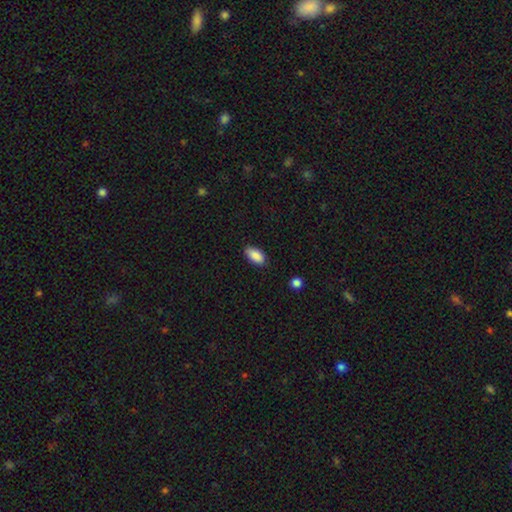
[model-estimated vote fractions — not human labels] Smooth or featured?
  - smooth: 89% *
  - star or artifact: 7%
  - featured or disk: 4%
How rounded?
  - in between: 93% *
  - cigar-shaped: 5%
  - round: 3%
Merging?
  - none: 82% *
  - minor disturbance: 14%
  - major disturbance: 2%
  - merger: 1%